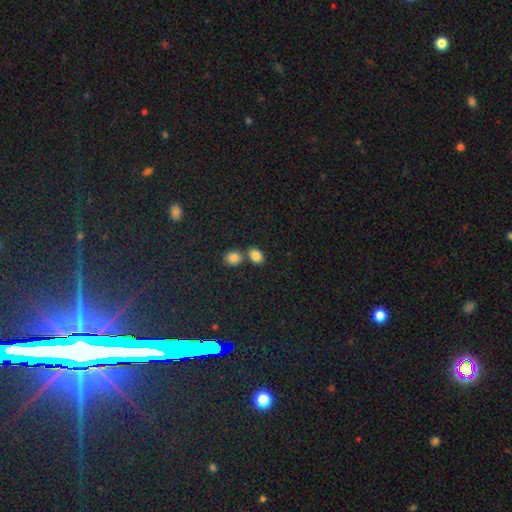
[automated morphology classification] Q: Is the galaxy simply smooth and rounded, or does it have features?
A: smooth — 83%.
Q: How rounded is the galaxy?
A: in between — 67%.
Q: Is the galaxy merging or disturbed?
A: none — 58%.